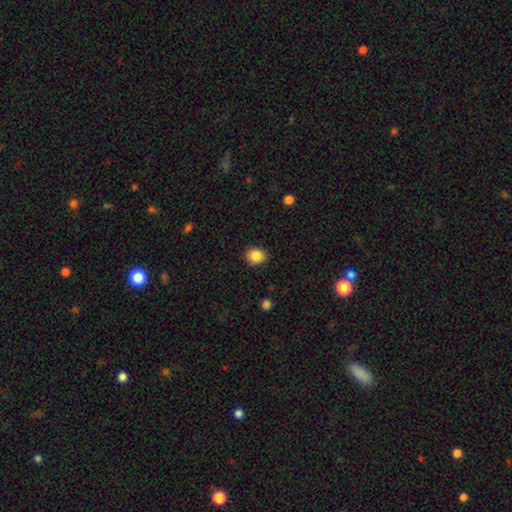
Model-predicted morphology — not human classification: smooth-or-featured: smooth: 86% | star or artifact: 9% | featured or disk: 5%
  how-rounded: round: 64% | in between: 35% | cigar-shaped: 1%
  merging: none: 84% | minor disturbance: 12% | major disturbance: 3% | merger: 1%